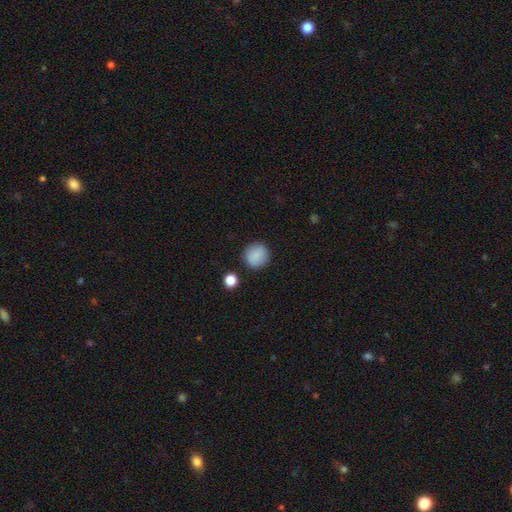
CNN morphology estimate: smooth_or_featured: smooth (p=0.86) [alt: star or artifact p=0.08]
how_rounded: round (p=0.93) [alt: in between p=0.06]
merging: none (p=0.89) [alt: minor disturbance p=0.07]